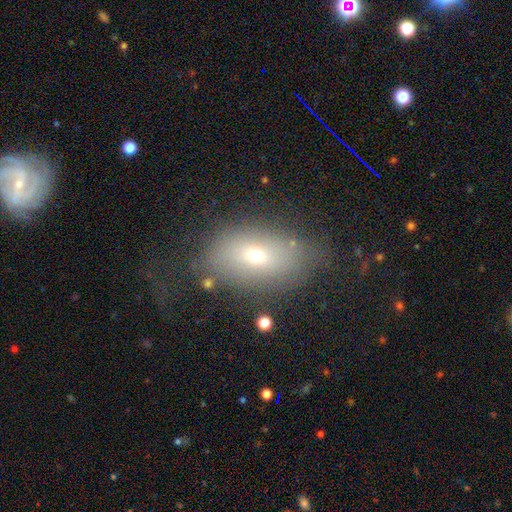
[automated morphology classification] This is possibly a smooth galaxy (59%). How rounded: likely in between (79%). Merging: likely none (70%).